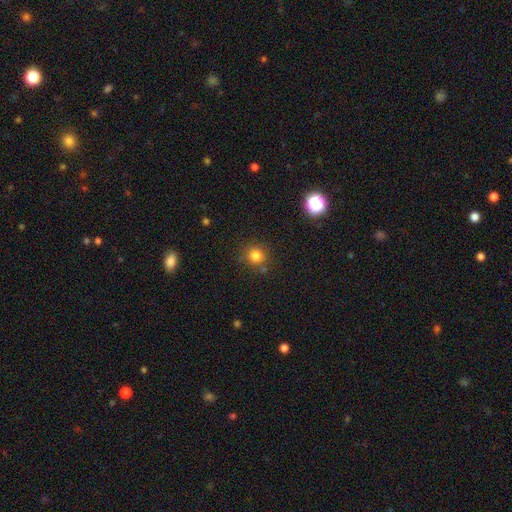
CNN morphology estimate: Smooth or featured: smooth — 80% (star or artifact — 14%)
How rounded: round — 91% (in between — 8%)
Merging: none — 82% (minor disturbance — 10%)